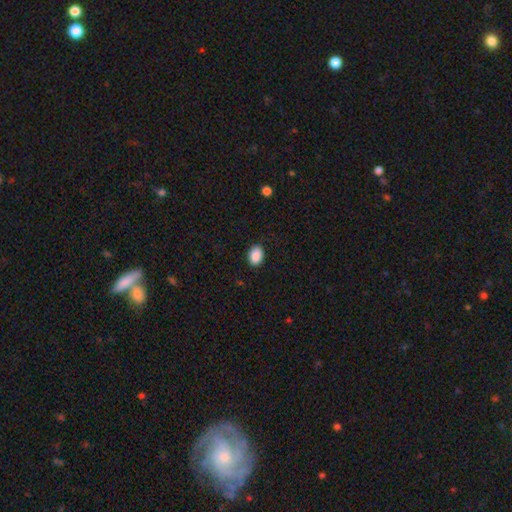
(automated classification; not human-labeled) smooth_or_featured: smooth (p=0.90) [alt: star or artifact p=0.07]
how_rounded: in between (p=0.80) [alt: round p=0.19]
merging: none (p=0.88) [alt: minor disturbance p=0.09]